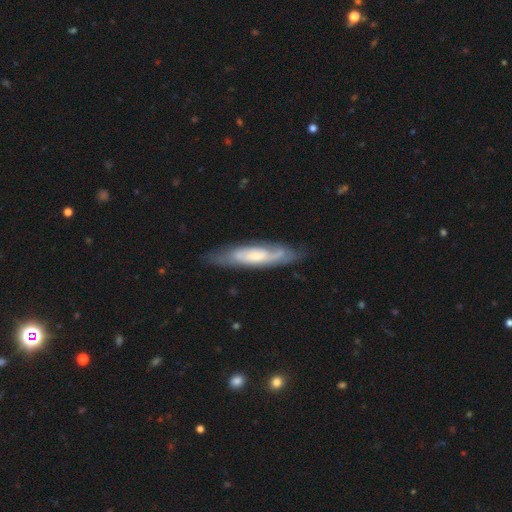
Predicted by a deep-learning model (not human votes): smooth_or_featured: featured or disk (p=0.64) [alt: smooth p=0.30]
disk_edge_on: no (p=0.60) [alt: yes p=0.40]
merging: none (p=0.75) [alt: minor disturbance p=0.18]